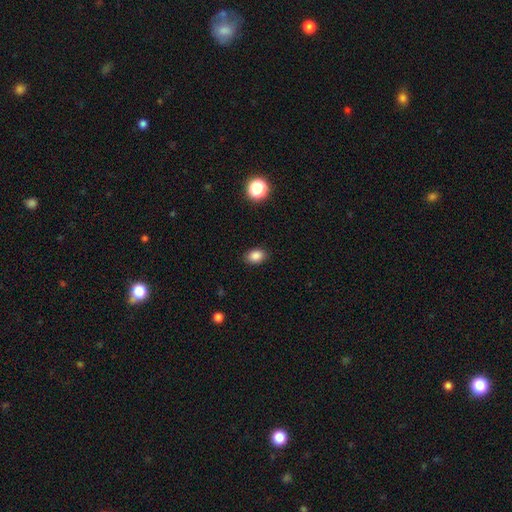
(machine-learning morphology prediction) Smooth or featured? smooth (86%)
How rounded? in between (74%)
Merging? none (88%)